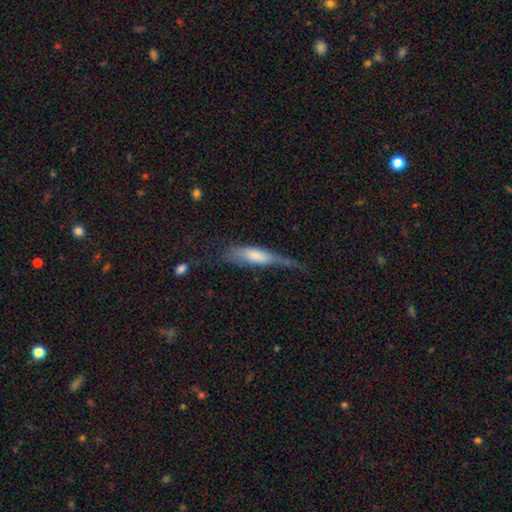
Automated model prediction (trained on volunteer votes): A smooth galaxy with no disk features (59%) that is cigar-shaped (57%).

Vote fractions:
- Smooth or featured? smooth: 59% / featured or disk: 35% / star or artifact: 7%
- How rounded? cigar-shaped: 57% / in between: 41% / round: 3%
- Merging? major disturbance: 33% / none: 31% / minor disturbance: 31% / merger: 5%